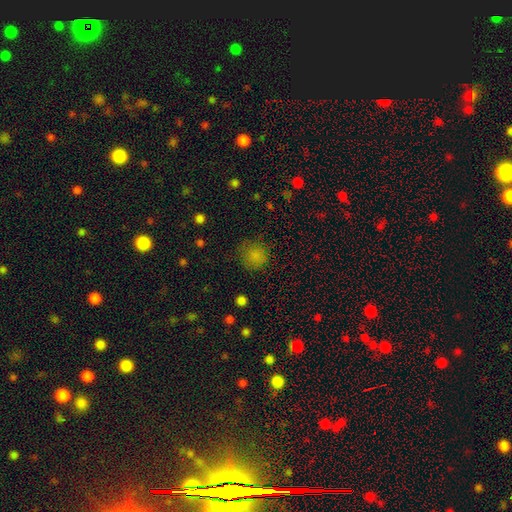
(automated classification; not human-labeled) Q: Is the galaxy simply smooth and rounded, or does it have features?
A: smooth — 81%.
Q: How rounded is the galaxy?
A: round — 90%.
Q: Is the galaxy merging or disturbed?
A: none — 79%.